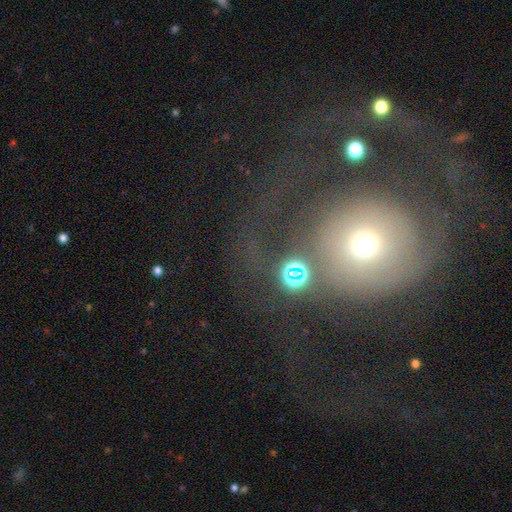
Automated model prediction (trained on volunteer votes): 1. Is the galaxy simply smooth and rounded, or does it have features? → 50% featured or disk, 36% smooth, 13% star or artifact.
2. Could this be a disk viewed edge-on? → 96% no, 4% yes.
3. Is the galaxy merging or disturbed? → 44% major disturbance, 34% none, 11% minor disturbance, 10% merger.